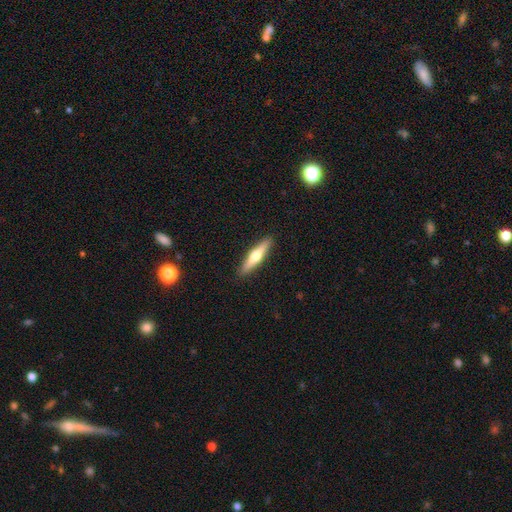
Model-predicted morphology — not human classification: smooth_or_featured: featured or disk (p=0.49) [alt: smooth p=0.46]
merging: none (p=0.91) [alt: minor disturbance p=0.07]